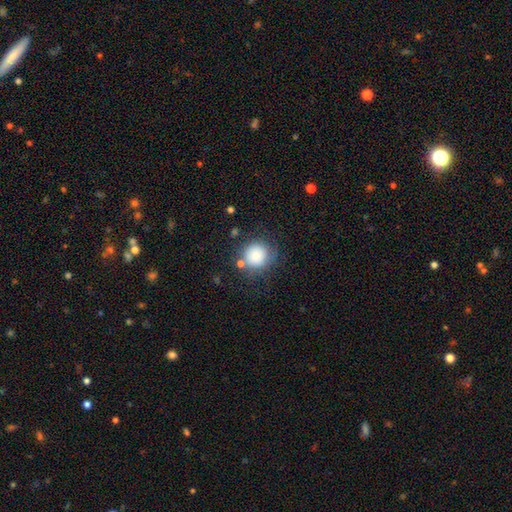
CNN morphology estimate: Smooth or featured? Predicted: smooth (p=0.83). How rounded? Predicted: round (p=0.91). Merging? Predicted: none (p=0.70).